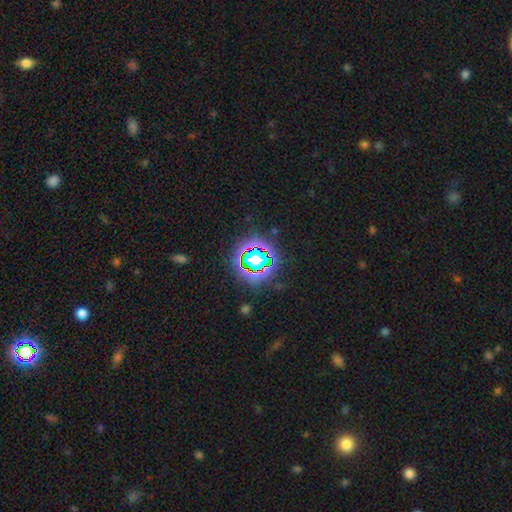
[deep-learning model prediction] smooth_or_featured: star or artifact (p=0.70) [alt: smooth p=0.19]